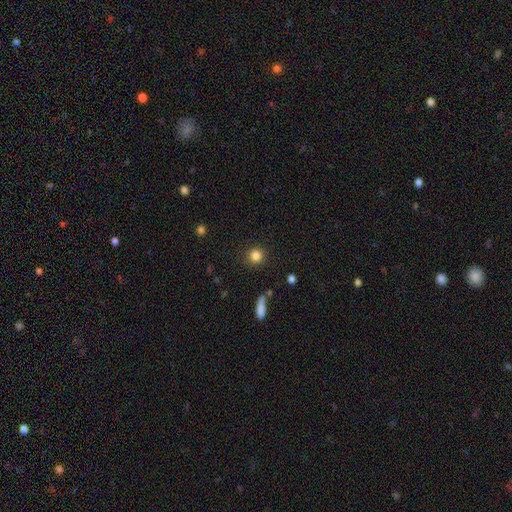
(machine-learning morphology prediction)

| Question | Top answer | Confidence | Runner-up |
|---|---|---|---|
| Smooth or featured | smooth | 83% | star or artifact (11%) |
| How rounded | round | 89% | in between (9%) |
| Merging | none | 88% | minor disturbance (7%) |